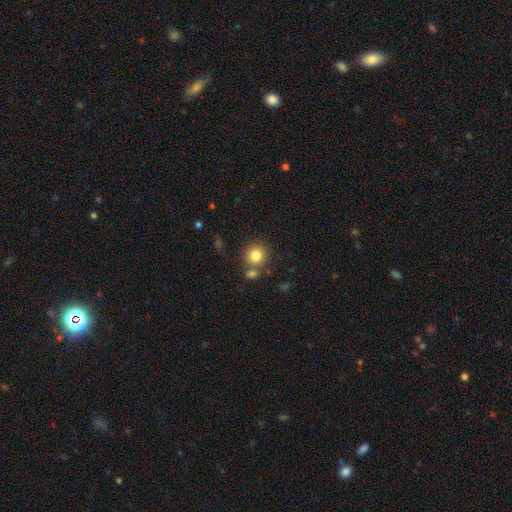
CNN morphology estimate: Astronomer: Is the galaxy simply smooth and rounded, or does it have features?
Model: smooth — 82%.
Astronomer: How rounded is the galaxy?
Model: round — 90%.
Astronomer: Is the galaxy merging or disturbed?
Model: none — 70%.